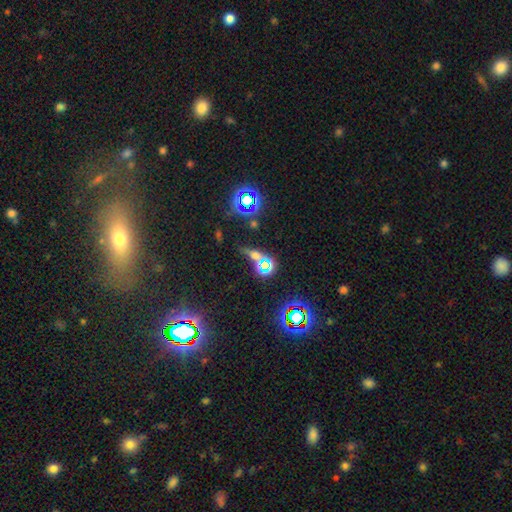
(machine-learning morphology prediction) smooth-or-featured: star or artifact: 49% | smooth: 35% | featured or disk: 16%